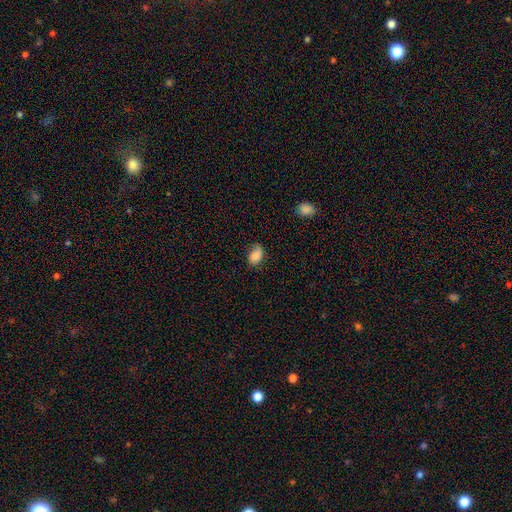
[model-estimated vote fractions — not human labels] smooth_or_featured: smooth (p=0.81) [alt: featured or disk p=0.10]
how_rounded: in between (p=0.81) [alt: round p=0.18]
merging: none (p=0.57) [alt: minor disturbance p=0.31]